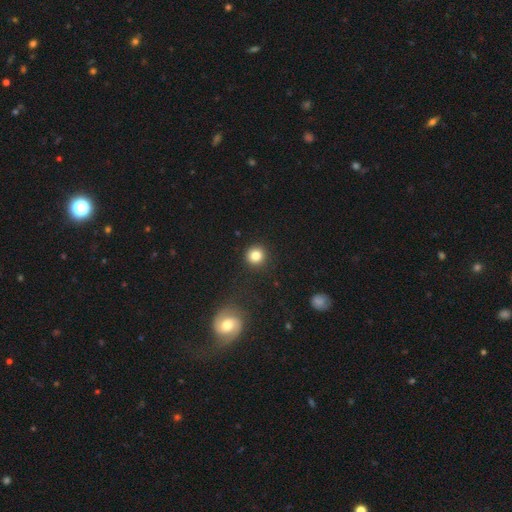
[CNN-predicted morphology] smooth 83%, star or artifact 11%, featured or disk 6%. Down the decision tree: how rounded — round (93%); merging — none (91%).